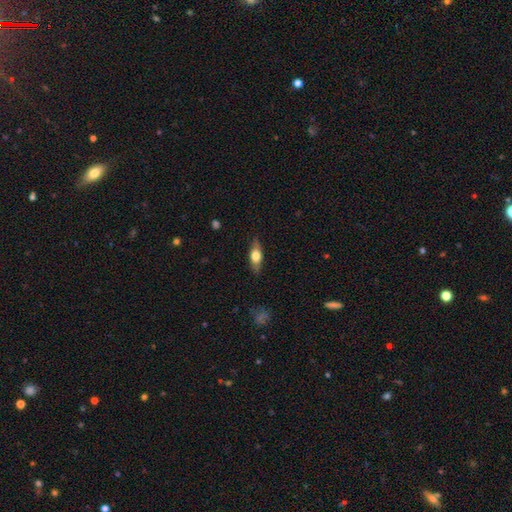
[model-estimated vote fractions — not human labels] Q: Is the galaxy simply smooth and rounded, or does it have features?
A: smooth — 56%.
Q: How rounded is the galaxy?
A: in between — 62%.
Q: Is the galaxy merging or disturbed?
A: none — 83%.